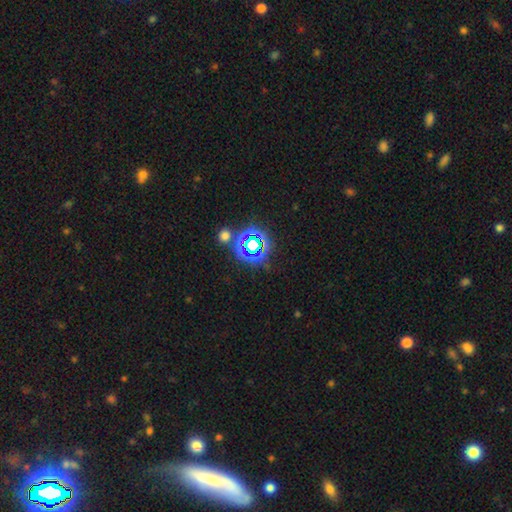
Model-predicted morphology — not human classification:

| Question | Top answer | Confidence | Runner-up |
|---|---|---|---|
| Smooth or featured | star or artifact | 59% | smooth (33%) |